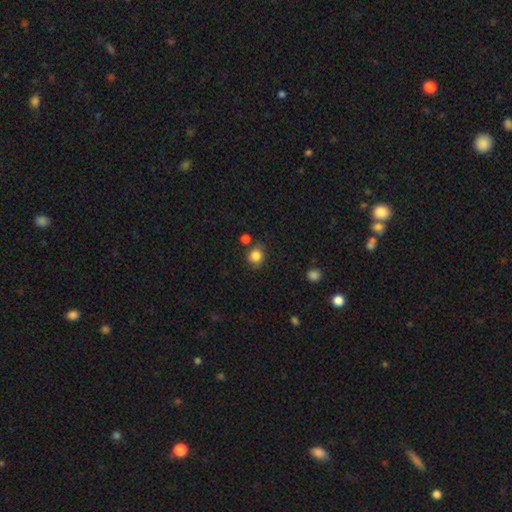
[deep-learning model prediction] smooth 84%, star or artifact 10%, featured or disk 6%. Down the decision tree: how rounded — round (84%); merging — none (72%).